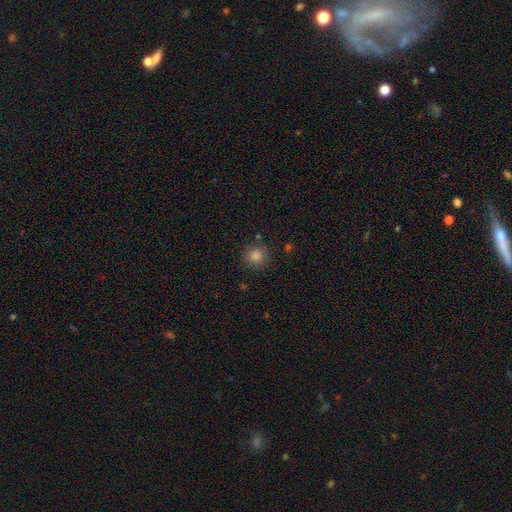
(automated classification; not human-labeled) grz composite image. It shows a smooth galaxy with no disk features (81%) that is round (91%). Merging: none (87%).